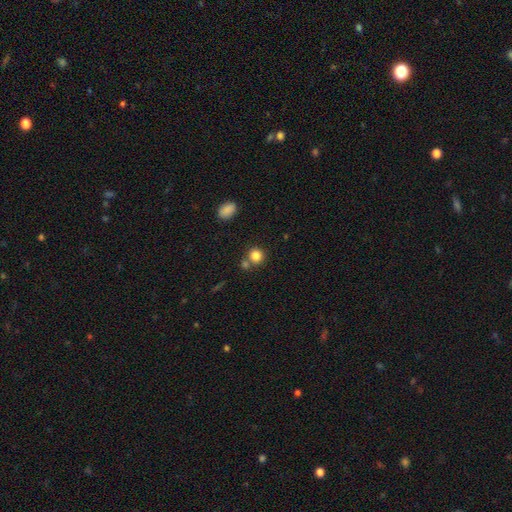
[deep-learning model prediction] Q: Smooth or featured?
A: smooth (83%); runner-up: star or artifact (11%)
Q: How rounded?
A: round (85%); runner-up: in between (14%)
Q: Merging?
A: none (63%); runner-up: merger (25%)